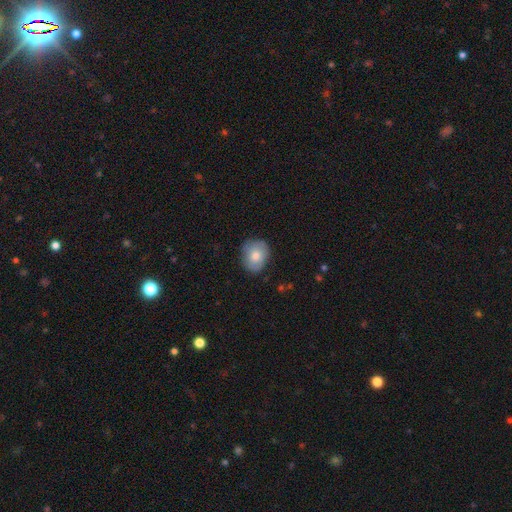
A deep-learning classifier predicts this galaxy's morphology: smooth_or_featured: smooth (p=0.76) [alt: featured or disk p=0.17]
how_rounded: round (p=0.52) [alt: in between p=0.47]
merging: none (p=0.75) [alt: minor disturbance p=0.20]